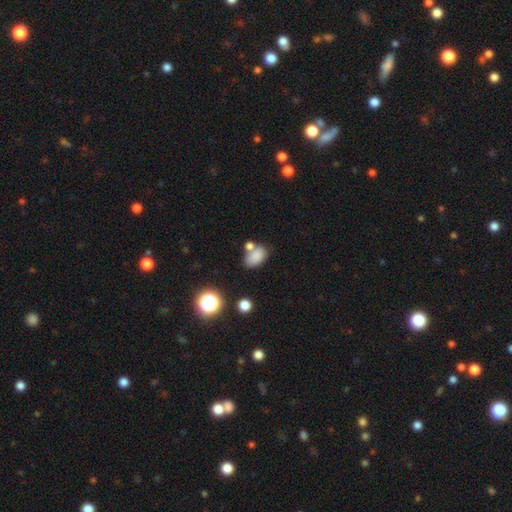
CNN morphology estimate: This appears to be a smooth galaxy with no disk features (81%) that is in between round and cigar-shaped (86%). Merging: none (53%).